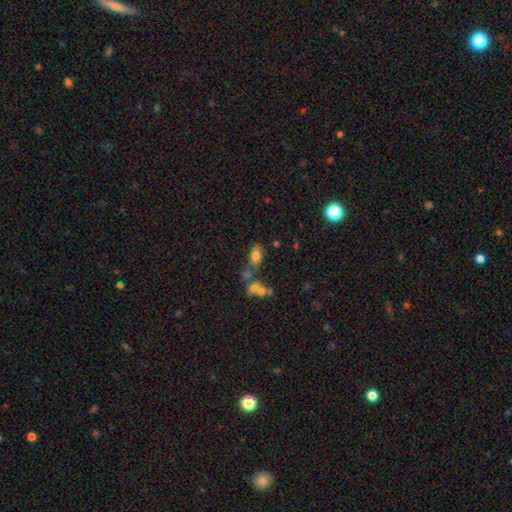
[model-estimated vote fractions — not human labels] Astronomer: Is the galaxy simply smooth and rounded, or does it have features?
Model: smooth — 70%.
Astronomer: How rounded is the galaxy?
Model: in between — 83%.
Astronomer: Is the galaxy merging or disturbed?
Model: none — 50% (runner-up: merger, 27%).